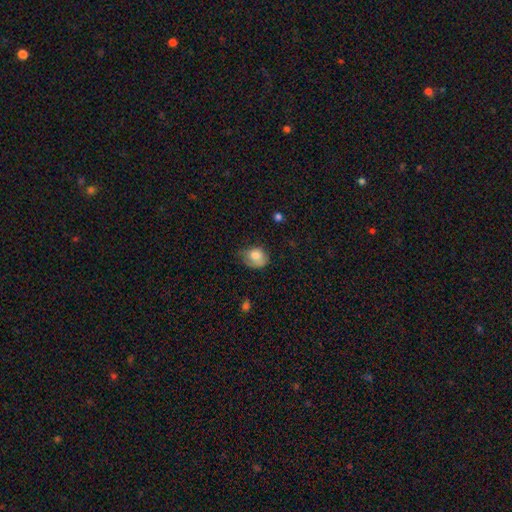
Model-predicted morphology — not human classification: Overall: smooth (78%). How rounded: in between (53%; round 46%). Merging: none (42%; minor disturbance 39%).